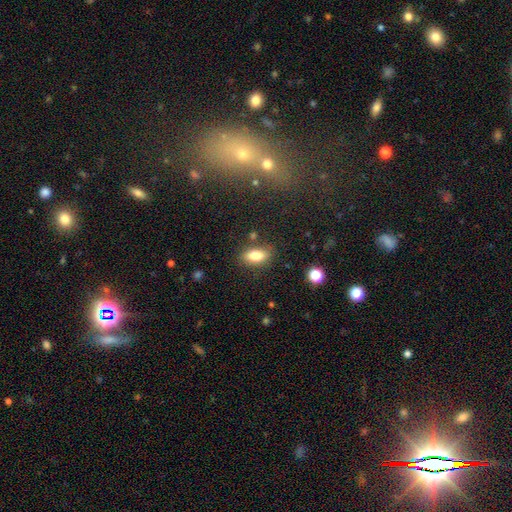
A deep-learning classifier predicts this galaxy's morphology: A smooth galaxy with no disk features (81%) that is in between round and cigar-shaped (87%).

Vote fractions:
- Smooth or featured? smooth: 81% / featured or disk: 10% / star or artifact: 8%
- How rounded? in between: 87% / cigar-shaped: 7% / round: 6%
- Merging? none: 81% / minor disturbance: 12% / merger: 4% / major disturbance: 3%